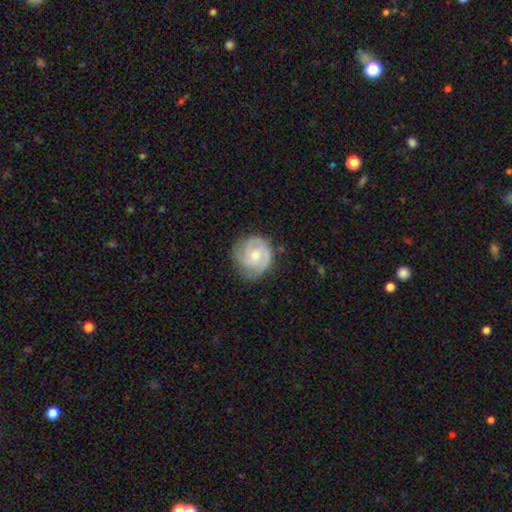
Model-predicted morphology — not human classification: This appears to be a featured or disk galaxy (71%) with no bar (69%), 2 (36%) tight (57%) spiral arms (93%) and a moderate central bulge (53%). Merging: none (74%).